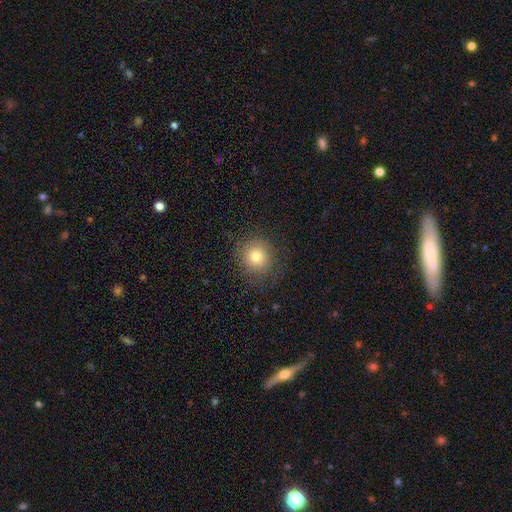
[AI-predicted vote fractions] smooth 76%, star or artifact 12%, featured or disk 11%. Down the decision tree: how rounded — round (89%); merging — none (82%).